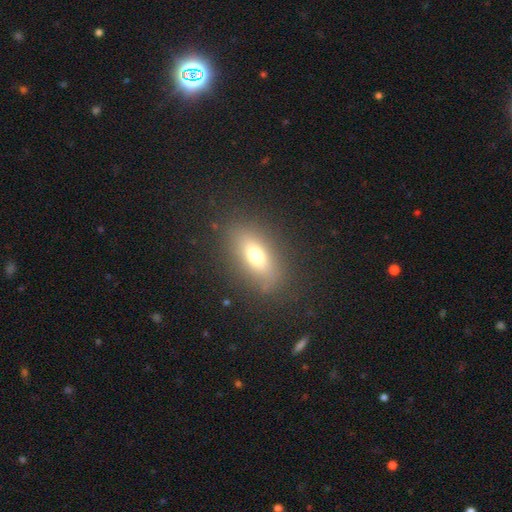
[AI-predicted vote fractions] Smooth or featured? smooth (67%)
How rounded? in between (77%)
Merging? none (84%)